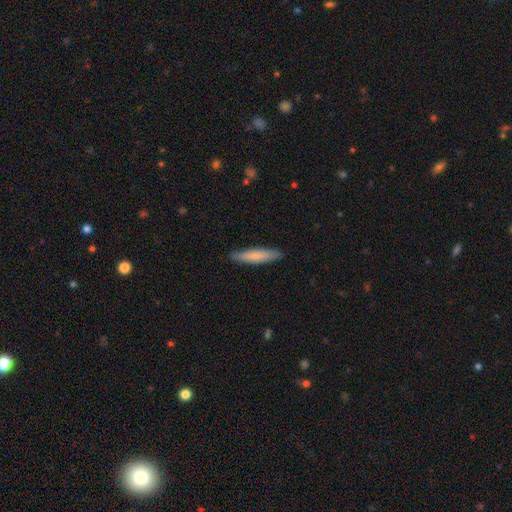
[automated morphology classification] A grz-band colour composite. It shows a smooth galaxy with no disk features (75%) that is cigar-shaped (88%). Merging: none (89%).